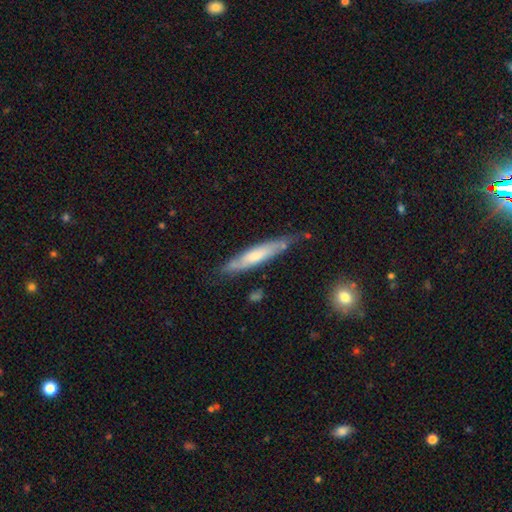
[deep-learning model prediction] Smooth or featured? Predicted: smooth (p=0.48). Merging? Predicted: none (p=0.67).